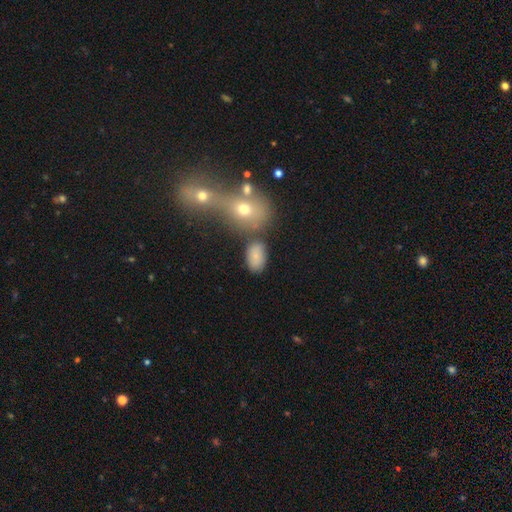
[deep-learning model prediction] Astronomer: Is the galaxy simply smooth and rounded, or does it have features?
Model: smooth — 78%.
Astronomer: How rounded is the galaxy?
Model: in between — 89%.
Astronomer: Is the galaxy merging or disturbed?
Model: none — 68%.